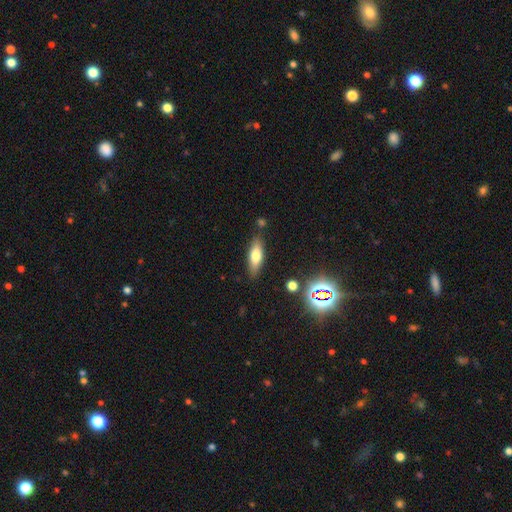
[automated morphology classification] Overall: smooth (68%). How rounded: in between (58%; cigar-shaped 39%). Merging: none (83%).